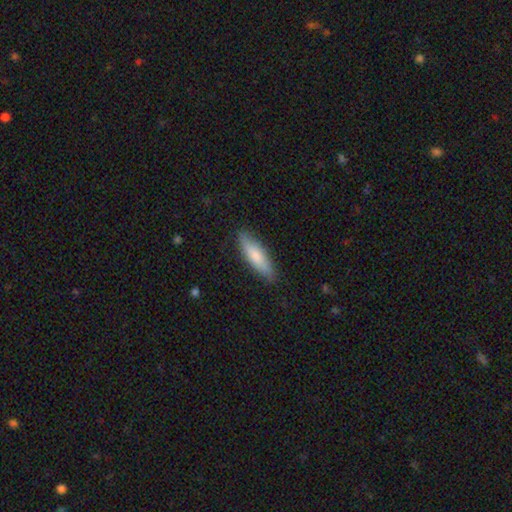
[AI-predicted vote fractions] Q: Smooth or featured?
A: smooth (76%); runner-up: featured or disk (19%)
Q: How rounded?
A: cigar-shaped (62%); runner-up: in between (36%)
Q: Merging?
A: none (86%); runner-up: minor disturbance (11%)